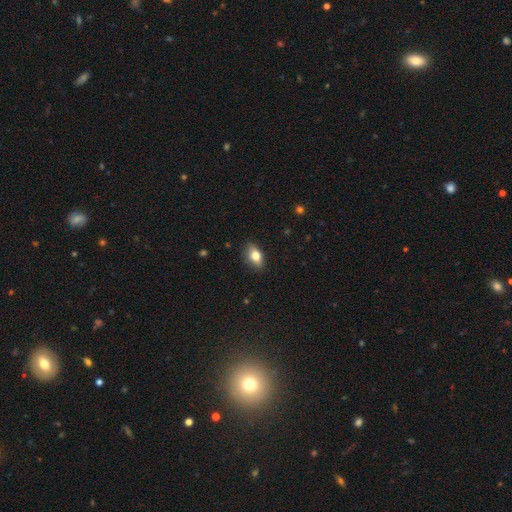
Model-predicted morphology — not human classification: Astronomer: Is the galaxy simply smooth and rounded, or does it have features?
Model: smooth — 79%.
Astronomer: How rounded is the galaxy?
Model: in between — 85%.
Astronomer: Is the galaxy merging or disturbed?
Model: none — 85%.